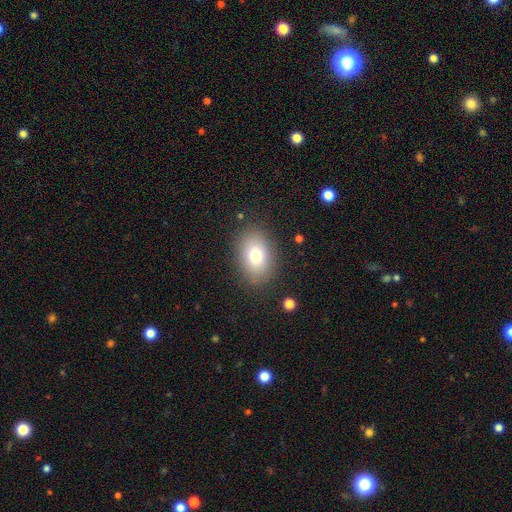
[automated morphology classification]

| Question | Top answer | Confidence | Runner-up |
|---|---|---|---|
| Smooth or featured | smooth | 75% | featured or disk (14%) |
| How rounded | in between | 78% | round (21%) |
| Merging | none | 84% | minor disturbance (11%) |